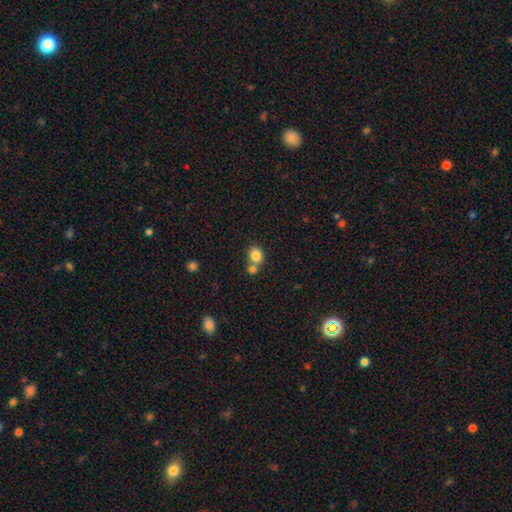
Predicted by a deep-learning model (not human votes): This appears to be a smooth galaxy with no disk features (84%) that is round (71%). Merging: none (51%).